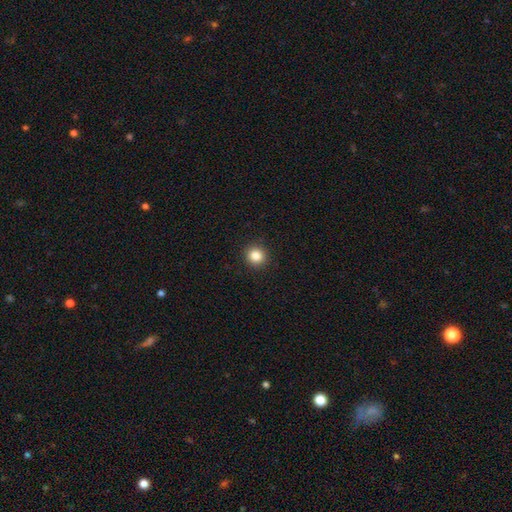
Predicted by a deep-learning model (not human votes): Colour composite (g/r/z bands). It shows a smooth galaxy with no disk features (85%) that is round (92%). Merging: none (93%).